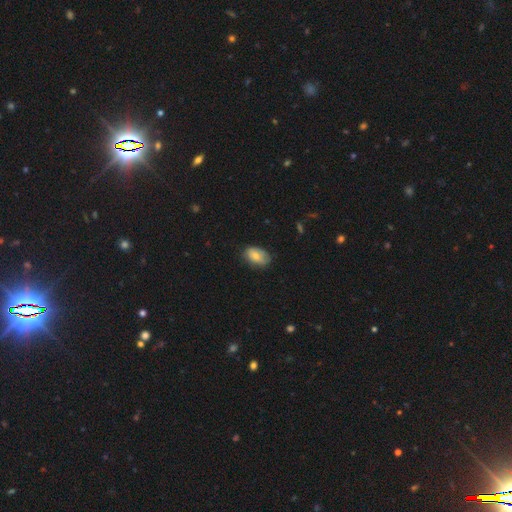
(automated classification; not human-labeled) Smooth or featured? smooth (74%)
How rounded? in between (90%)
Merging? none (66%)